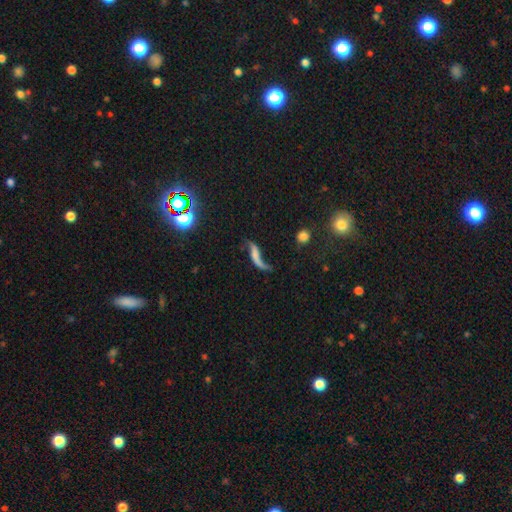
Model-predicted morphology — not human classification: featured or disk 69%, smooth 21%, star or artifact 11%. Down the decision tree: edge-on disk — no (86%); bar — no (53%); spiral arms — yes (85%); bulge size — none (58%); merging — none (45%).